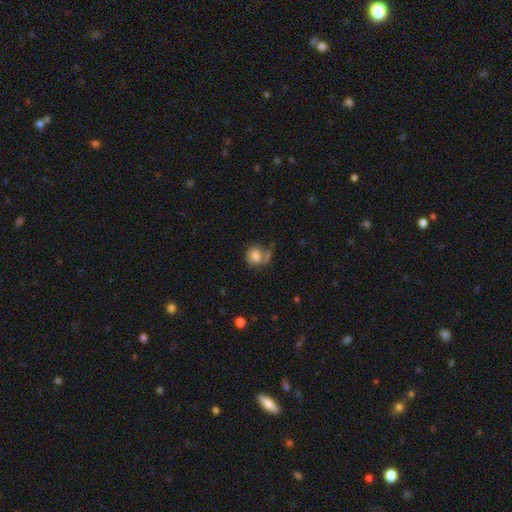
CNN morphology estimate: This is clearly a smooth galaxy (81%). How rounded: likely round (75%). Merging: possibly none (47%).